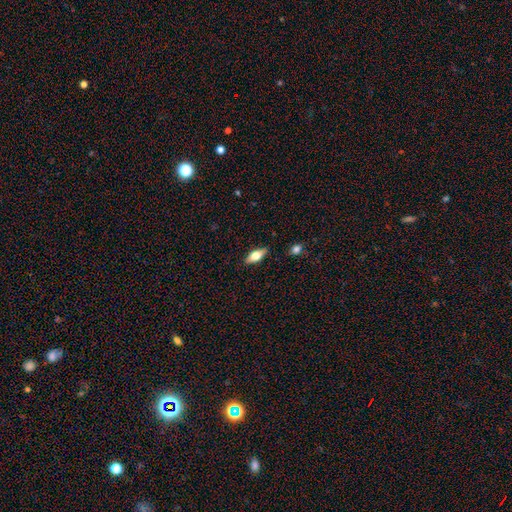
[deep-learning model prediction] This appears to be a smooth galaxy with no disk features (56%) that is in between round and cigar-shaped (75%). Merging: none (87%).